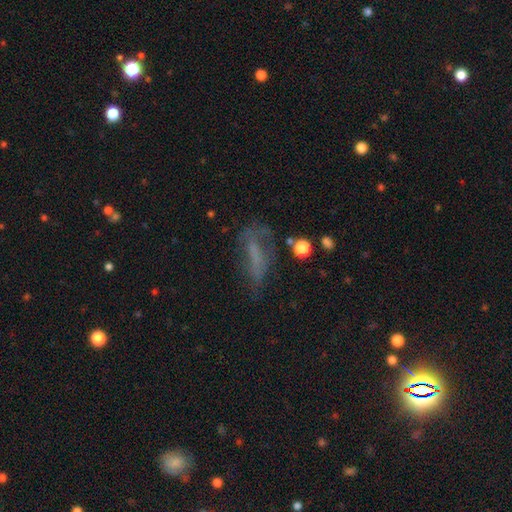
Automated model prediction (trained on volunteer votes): smooth-or-featured: featured or disk: 40% | smooth: 39% | star or artifact: 22%
  merging: none: 45% | major disturbance: 26% | minor disturbance: 24% | merger: 5%